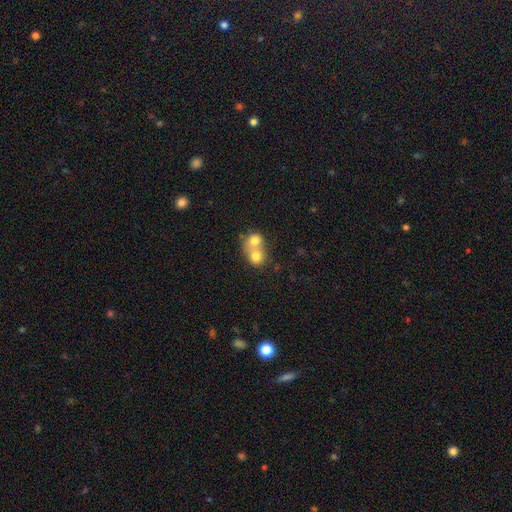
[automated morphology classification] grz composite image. It shows a smooth galaxy with no disk features (74%) that is round (74%). Merging: merger (73%).